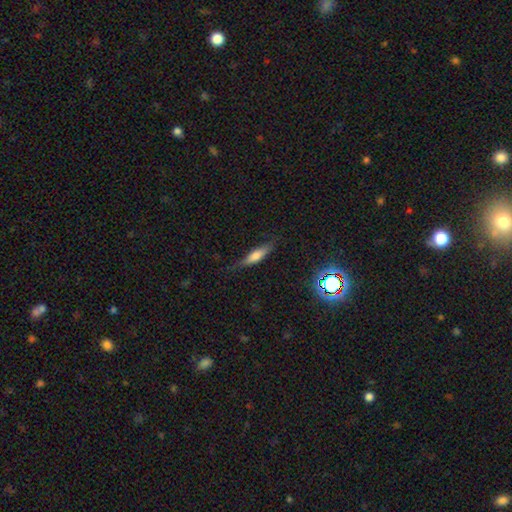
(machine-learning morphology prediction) smooth-or-featured: smooth: 58% | featured or disk: 33% | star or artifact: 9%
  how-rounded: cigar-shaped: 66% | in between: 32% | round: 3%
  merging: none: 74% | minor disturbance: 20% | major disturbance: 5% | merger: 1%